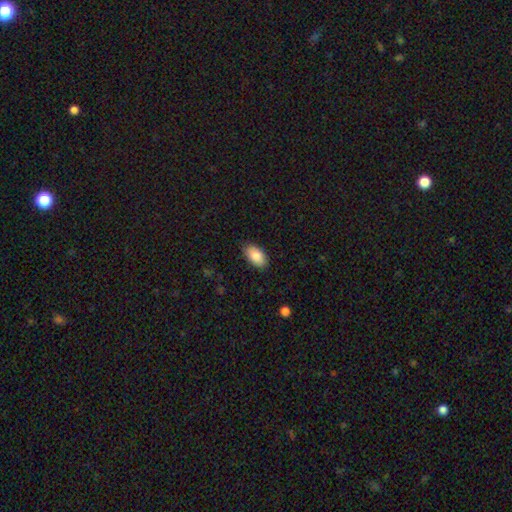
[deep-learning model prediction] The model was most divided on "merging": none: 85%, minor disturbance: 12%, major disturbance: 2%, merger: 1%. More confident: how rounded — in between (94%); smooth or featured — smooth (86%).